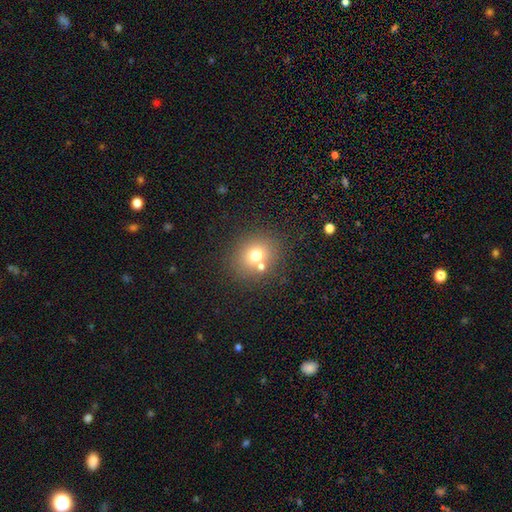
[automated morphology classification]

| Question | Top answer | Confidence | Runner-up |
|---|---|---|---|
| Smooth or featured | smooth | 71% | star or artifact (15%) |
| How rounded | round | 75% | in between (24%) |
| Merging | none | 67% | merger (19%) |